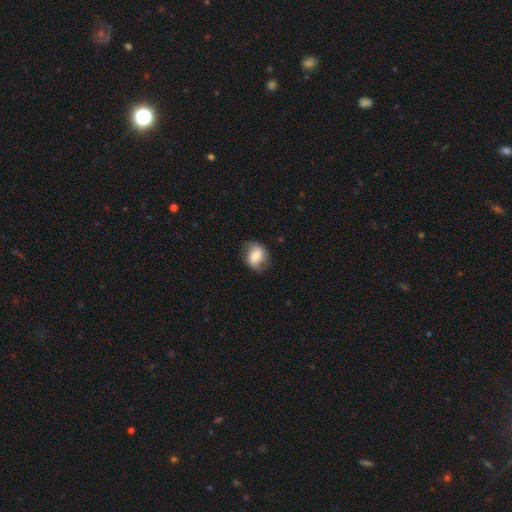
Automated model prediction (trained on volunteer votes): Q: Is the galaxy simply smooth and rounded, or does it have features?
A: smooth — 66%.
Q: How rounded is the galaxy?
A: round — 54%.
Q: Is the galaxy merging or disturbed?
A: none — 73%.